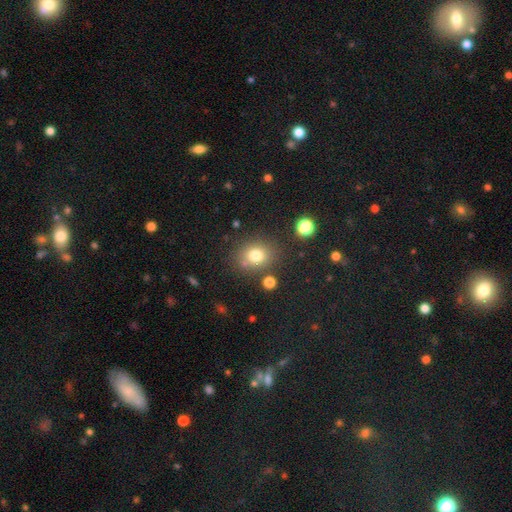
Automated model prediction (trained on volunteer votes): The model was most divided on "how rounded": round: 68%, in between: 31%, cigar-shaped: 1%. More confident: smooth or featured — smooth (76%); merging — none (76%).